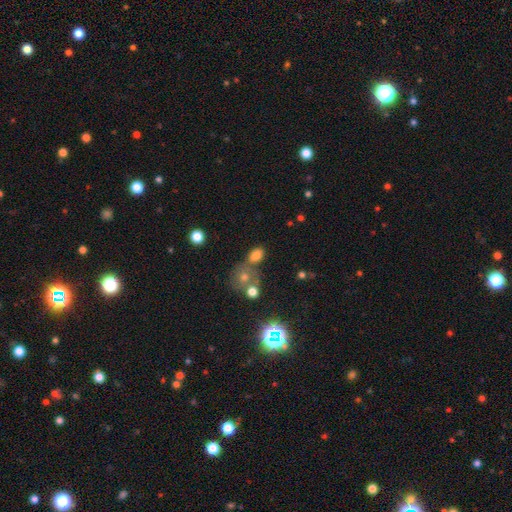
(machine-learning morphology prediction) Q: Smooth or featured?
A: smooth (74%); runner-up: star or artifact (17%)
Q: How rounded?
A: in between (70%); runner-up: round (28%)
Q: Merging?
A: none (51%); runner-up: merger (28%)